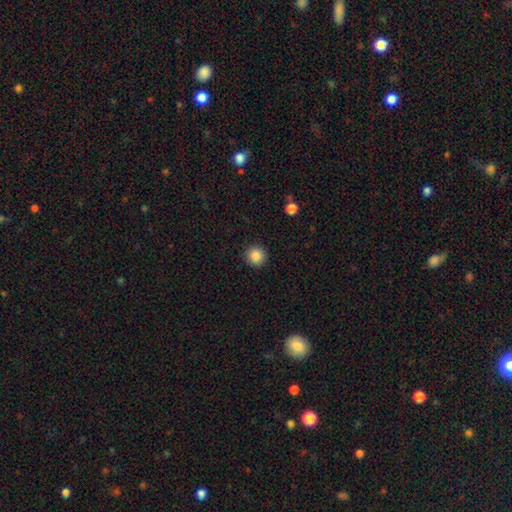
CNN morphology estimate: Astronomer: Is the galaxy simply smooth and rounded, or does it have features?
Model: smooth — 86%.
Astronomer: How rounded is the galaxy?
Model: round — 95%.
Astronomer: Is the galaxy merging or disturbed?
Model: none — 92%.